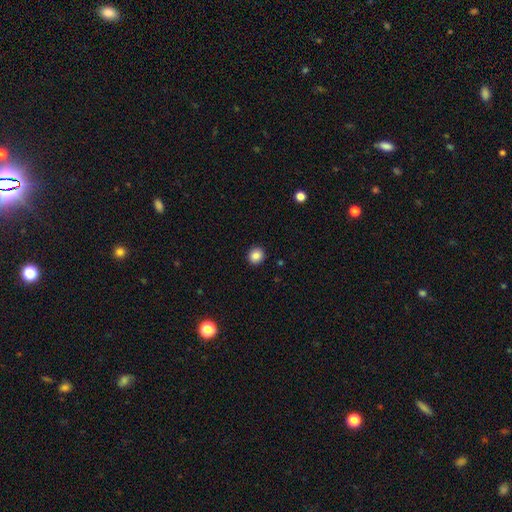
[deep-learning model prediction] Morphology: type=smooth (86%); roundness=round (86%); merging=none (92%).